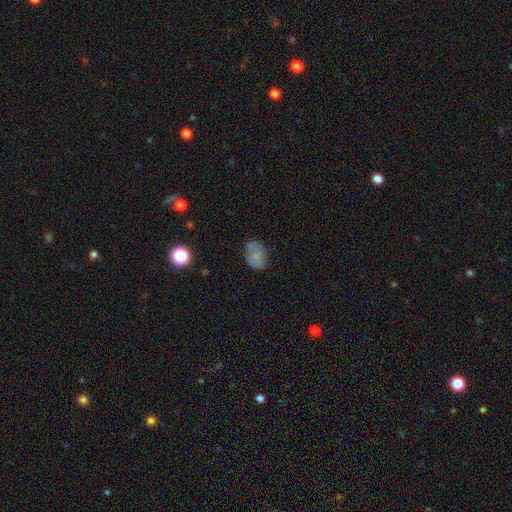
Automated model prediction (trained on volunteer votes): smooth_or_featured: smooth (p=0.71) [alt: featured or disk p=0.16]
how_rounded: in between (p=0.74) [alt: round p=0.25]
merging: none (p=0.60) [alt: minor disturbance p=0.27]